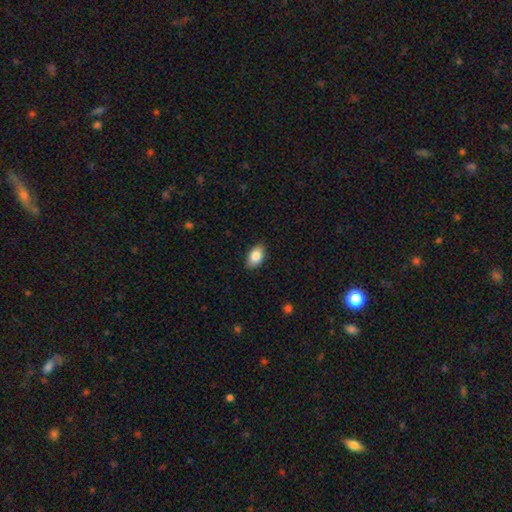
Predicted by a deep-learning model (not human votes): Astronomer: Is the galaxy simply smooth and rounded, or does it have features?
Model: smooth — 85%.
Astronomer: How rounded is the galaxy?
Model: in between — 91%.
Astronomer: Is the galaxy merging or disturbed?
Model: none — 88%.